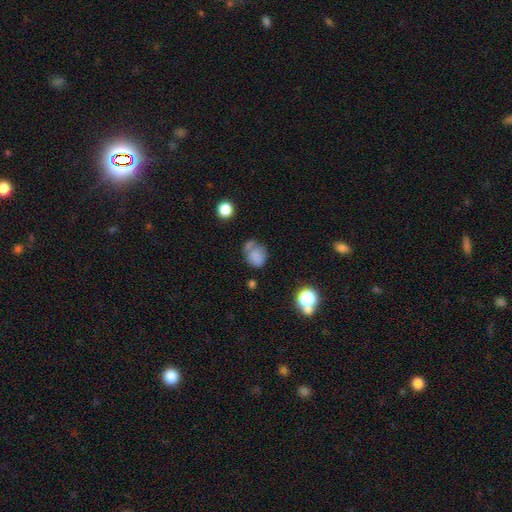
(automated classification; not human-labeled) Smooth or featured?
  - smooth: 72% *
  - featured or disk: 16%
  - star or artifact: 12%
How rounded?
  - round: 60% *
  - in between: 39%
  - cigar-shaped: 1%
Merging?
  - none: 42% *
  - minor disturbance: 23%
  - merger: 21%
  - major disturbance: 13%